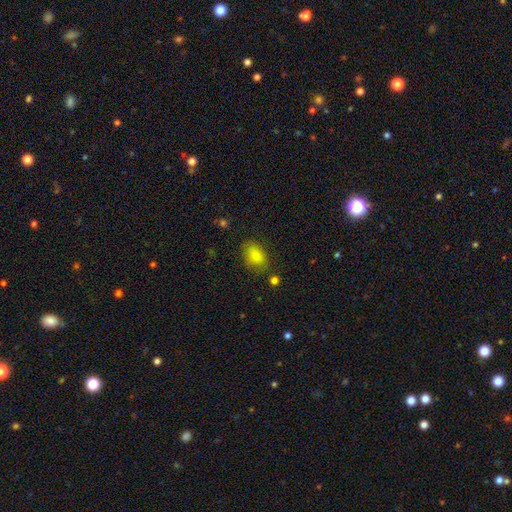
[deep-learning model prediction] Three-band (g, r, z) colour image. It shows a smooth galaxy with no disk features (81%) that is in between round and cigar-shaped (84%). Merging: none (76%).